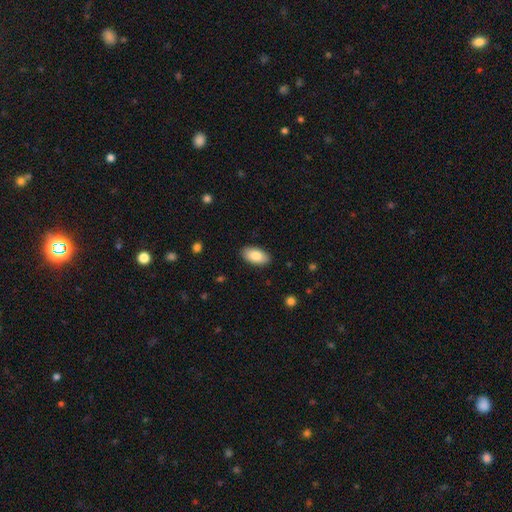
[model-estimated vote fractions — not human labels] Smooth or featured? Predicted: smooth (p=0.84). How rounded? Predicted: in between (p=0.94). Merging? Predicted: none (p=0.88).